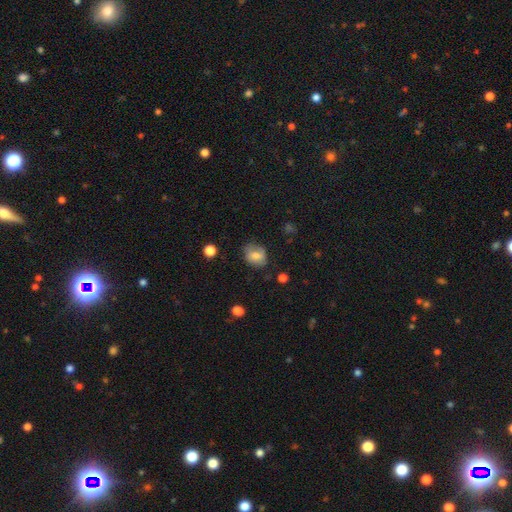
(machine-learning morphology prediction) Smooth or featured? smooth (71%)
How rounded? round (51%)
Merging? none (63%)